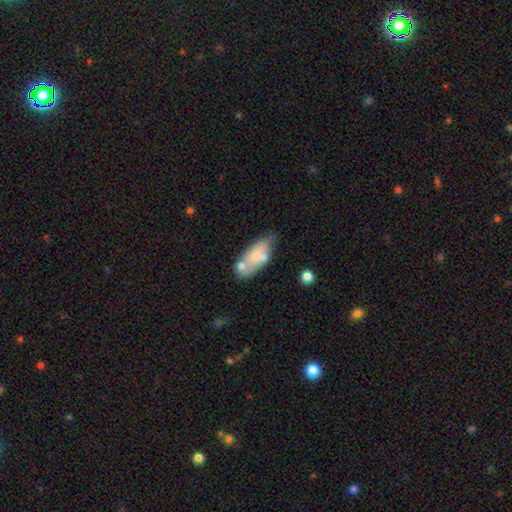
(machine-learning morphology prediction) The model was most divided on "merging": none: 45%, minor disturbance: 24%, merger: 23%, major disturbance: 8%. More confident: how rounded — in between (86%); smooth or featured — smooth (61%).